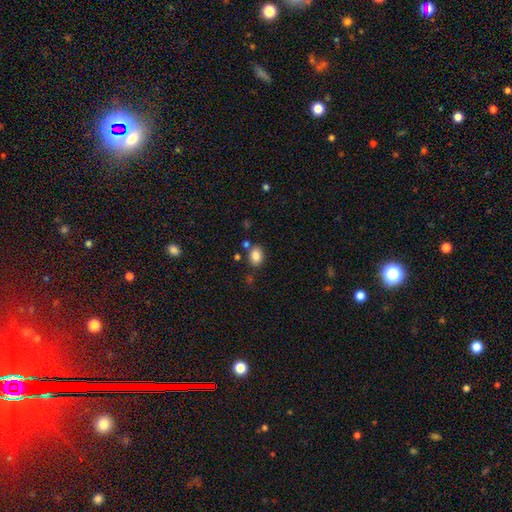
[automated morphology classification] This is clearly a smooth galaxy (86%). How rounded: likely in between (63%). Merging: likely none (73%).